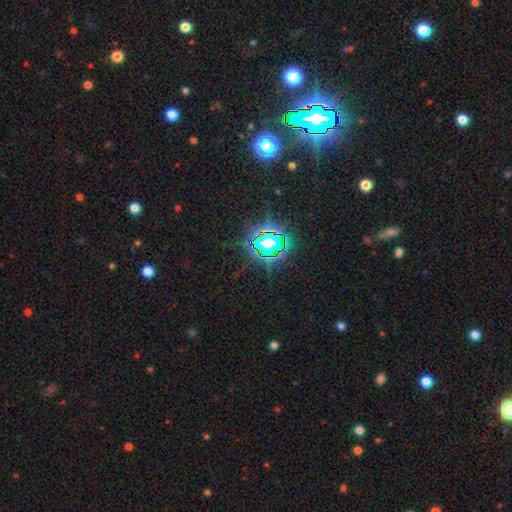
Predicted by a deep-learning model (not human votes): star or artifact 80%, smooth 12%, featured or disk 8%.